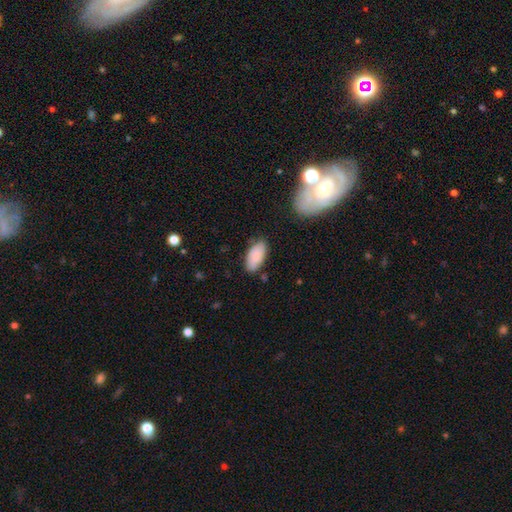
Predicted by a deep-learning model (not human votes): The model was most divided on "merging": none: 77%, minor disturbance: 17%, major disturbance: 3%, merger: 3%. More confident: how rounded — in between (91%); smooth or featured — smooth (86%).